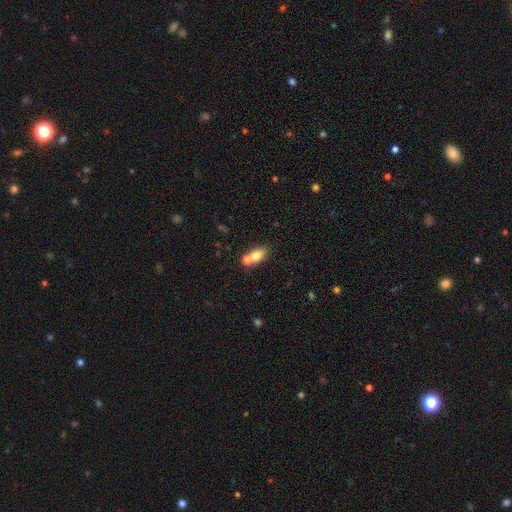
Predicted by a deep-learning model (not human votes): smooth 74%, featured or disk 16%, star or artifact 10%. Down the decision tree: how rounded — in between (78%); merging — merger (51%).